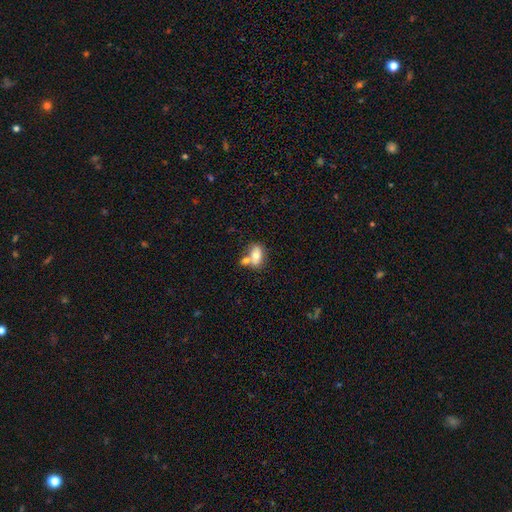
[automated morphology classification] type=smooth (71%); roundness=in between (83%); merging=merger (42%).